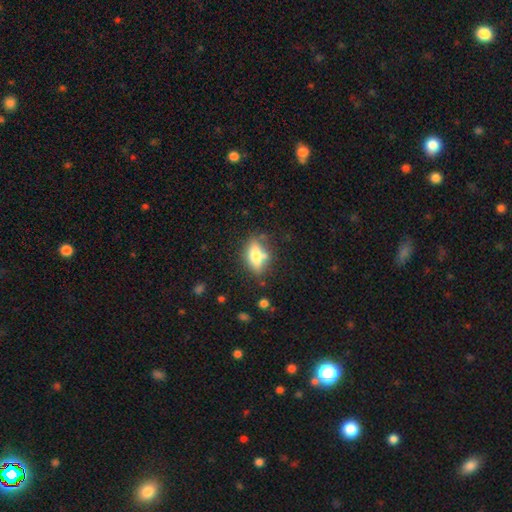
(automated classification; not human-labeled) This is likely a smooth galaxy (64%). How rounded: likely in between (78%). Merging: likely none (66%).